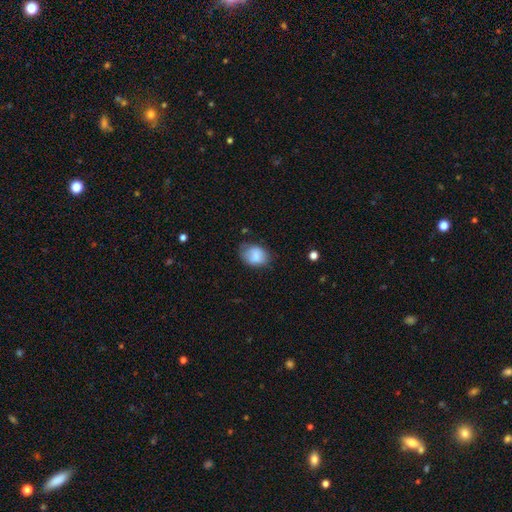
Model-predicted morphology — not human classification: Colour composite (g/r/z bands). It shows a smooth galaxy with no disk features (77%) that is in between round and cigar-shaped (72%). Merging: none (57%).